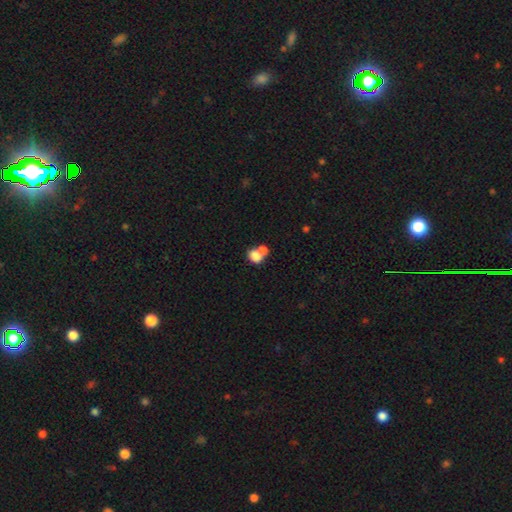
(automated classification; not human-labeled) Morphology: type=smooth (78%); roundness=in between (54%); merging=merger (55%).